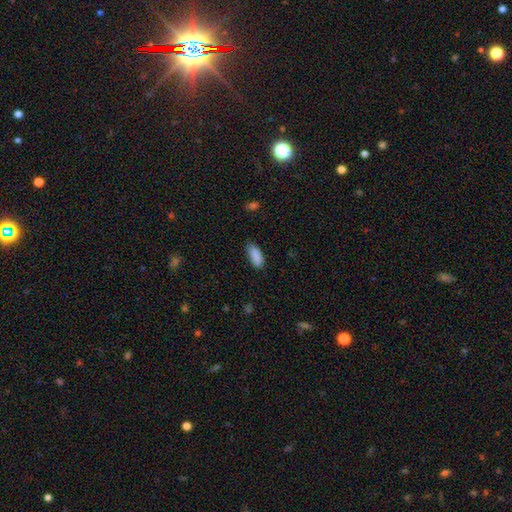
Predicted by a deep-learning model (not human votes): This is clearly a smooth galaxy (88%). How rounded: likely in between (77%). Merging: likely none (71%).